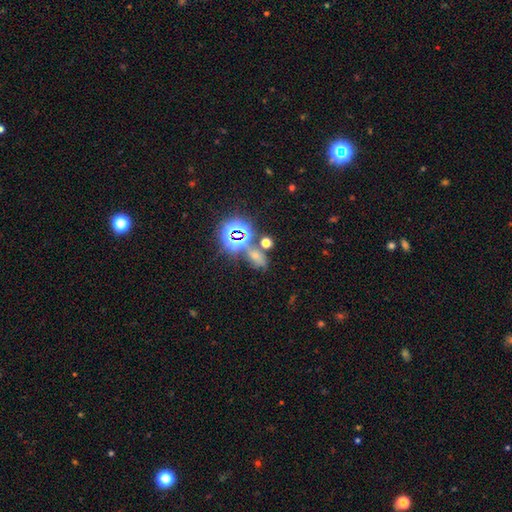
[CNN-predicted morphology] The model was most divided on "smooth or featured": star or artifact: 49%, smooth: 40%, featured or disk: 11%.